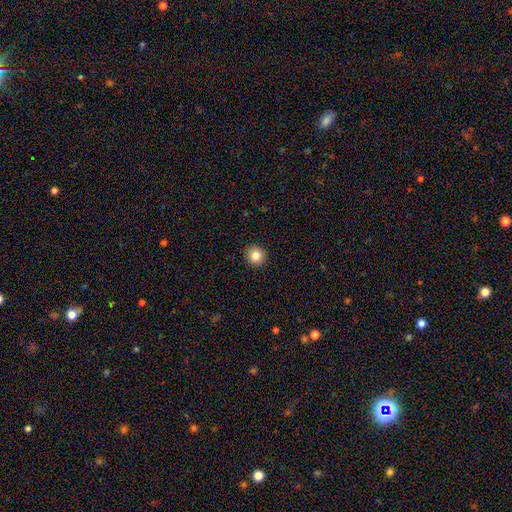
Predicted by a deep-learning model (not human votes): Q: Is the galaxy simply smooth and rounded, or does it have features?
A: smooth — 83%.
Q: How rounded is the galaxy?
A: round — 91%.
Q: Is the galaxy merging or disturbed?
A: none — 92%.